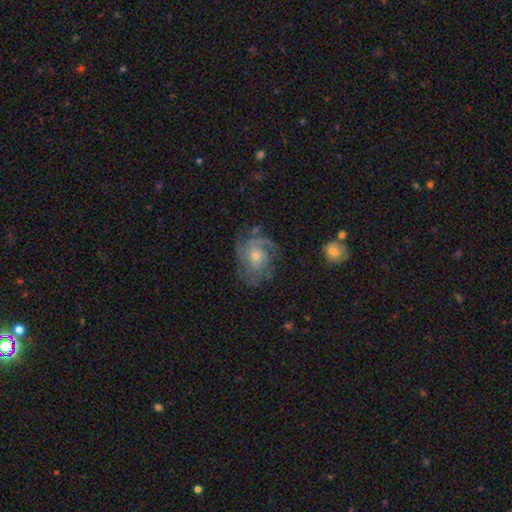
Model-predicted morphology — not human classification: featured or disk 79%, smooth 13%, star or artifact 8%. Down the decision tree: edge-on disk — no (97%); bar — no (72%); spiral arms — yes (92%); spiral arm count — can't tell (31%); spiral winding — tight (48%); bulge size — small (53%); merging — none (64%).